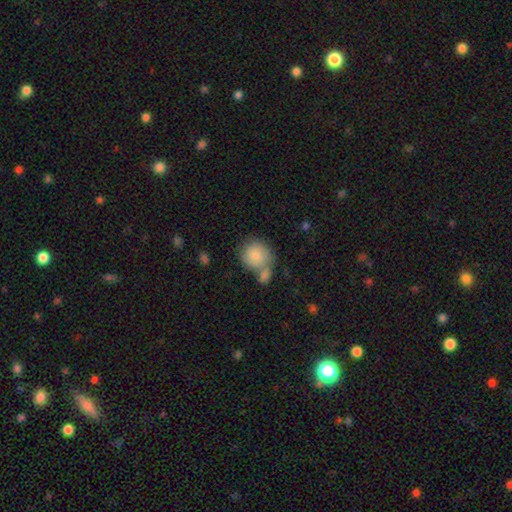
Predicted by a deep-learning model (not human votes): Q: Smooth or featured?
A: smooth (79%); runner-up: featured or disk (15%)
Q: How rounded?
A: round (82%); runner-up: in between (17%)
Q: Merging?
A: none (42%); runner-up: merger (38%)